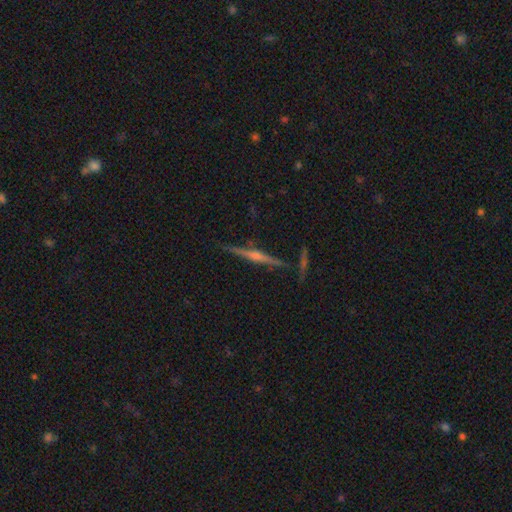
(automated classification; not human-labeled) A featured or disk galaxy (78%) viewed edge-on (98%) with a rounded central bulge (76%).

Vote fractions:
- Smooth or featured? featured or disk: 78% / smooth: 14% / star or artifact: 8%
- Edge-on disk? yes: 98% / no: 2%
- Edge-on bulge? rounded: 76% / none: 13% / boxy: 11%
- Merging? none: 86% / minor disturbance: 8% / merger: 3% / major disturbance: 2%